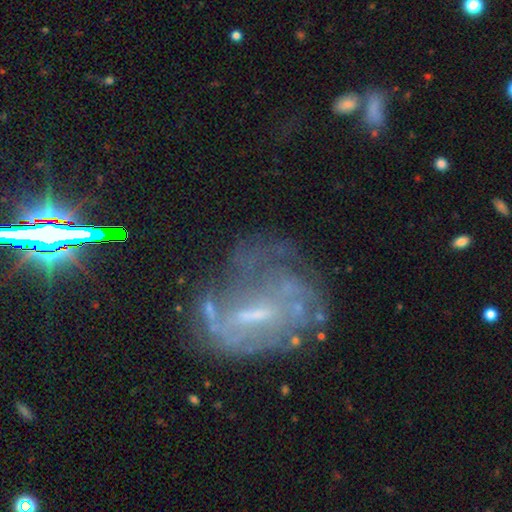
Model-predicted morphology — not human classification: Q: Smooth or featured?
A: featured or disk (70%); runner-up: smooth (17%)
Q: Edge-on disk?
A: no (95%); runner-up: yes (5%)
Q: Bar?
A: weak (48%); runner-up: no (31%)
Q: Spiral arms?
A: yes (56%); runner-up: no (44%)
Q: Bulge size?
A: small (41%); runner-up: moderate (32%)
Q: Merging?
A: none (43%); runner-up: major disturbance (30%)